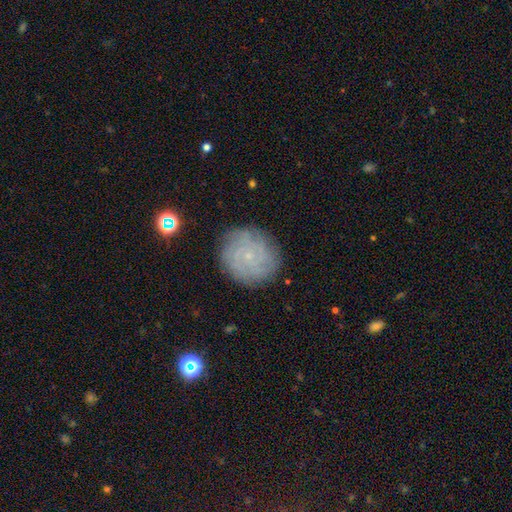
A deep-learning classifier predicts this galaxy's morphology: smooth-or-featured: featured or disk: 50% | smooth: 33% | star or artifact: 17%
  disk-edge-on: no: 97% | yes: 3%
  merging: none: 85% | minor disturbance: 10% | major disturbance: 3% | merger: 1%